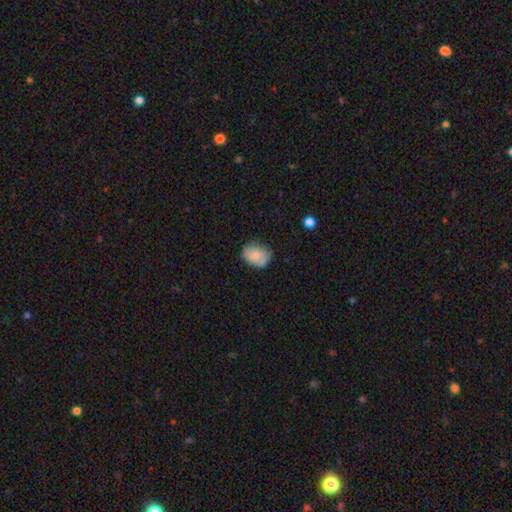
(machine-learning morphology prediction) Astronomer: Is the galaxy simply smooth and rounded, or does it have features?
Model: smooth — 71%.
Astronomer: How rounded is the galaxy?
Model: in between — 54% (runner-up: round, 45%).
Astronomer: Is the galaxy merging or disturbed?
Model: none — 65%.